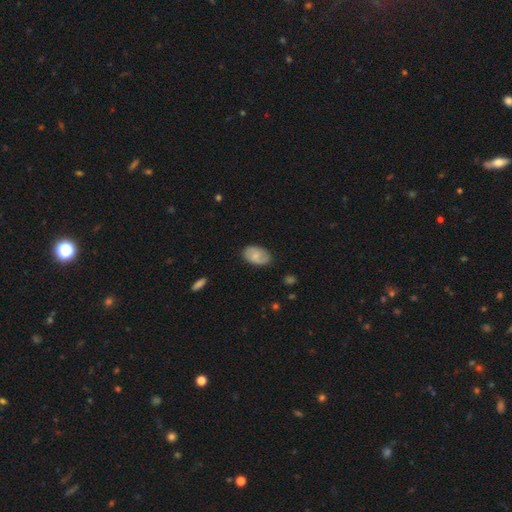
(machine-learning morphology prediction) Overall: smooth (65%; featured or disk 28%). How rounded: in between (91%). Merging: none (78%).